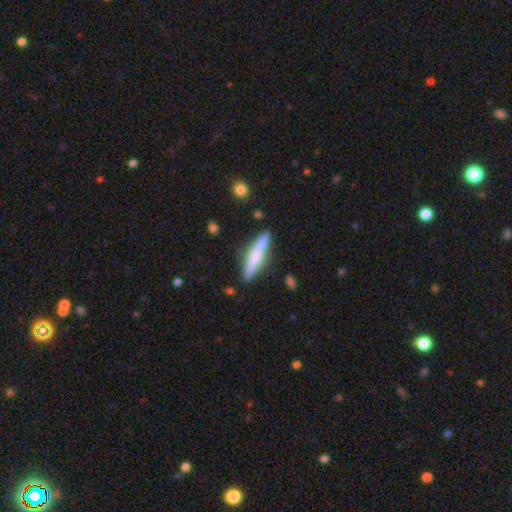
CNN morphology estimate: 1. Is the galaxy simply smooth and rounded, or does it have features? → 56% smooth, 37% featured or disk, 6% star or artifact.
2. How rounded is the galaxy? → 84% cigar-shaped, 14% in between, 2% round.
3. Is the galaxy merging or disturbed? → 78% none, 14% minor disturbance, 5% merger, 3% major disturbance.